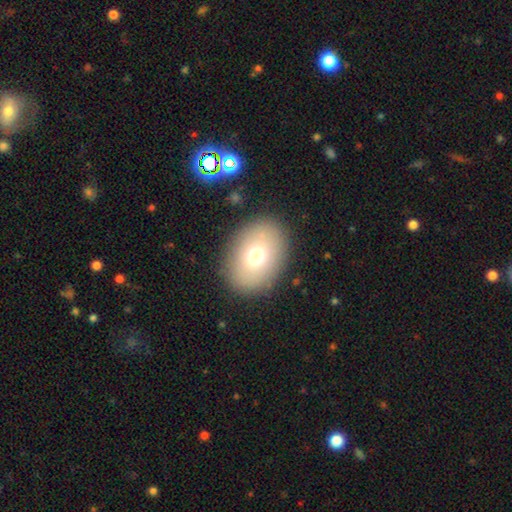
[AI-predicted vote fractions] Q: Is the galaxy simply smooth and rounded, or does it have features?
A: smooth — 71%.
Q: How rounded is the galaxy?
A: in between — 71%.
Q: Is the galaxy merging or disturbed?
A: none — 87%.